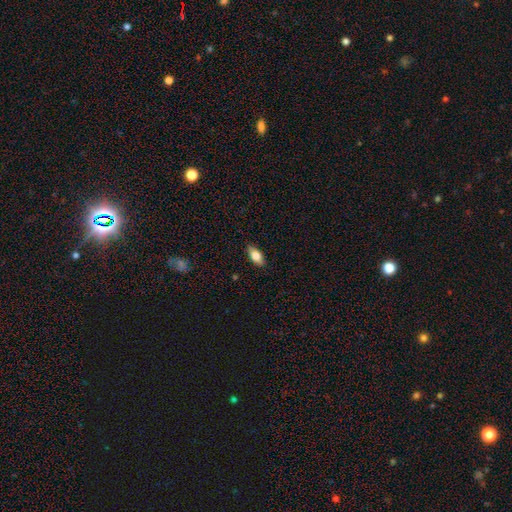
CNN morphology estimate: Q: Smooth or featured?
A: smooth (75%); runner-up: featured or disk (18%)
Q: How rounded?
A: in between (84%); runner-up: cigar-shaped (13%)
Q: Merging?
A: none (87%); runner-up: minor disturbance (10%)